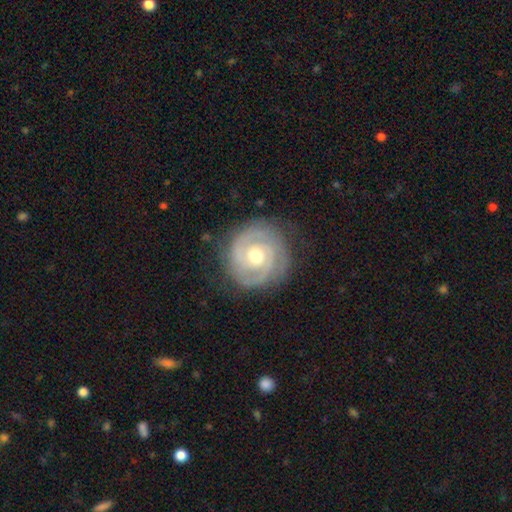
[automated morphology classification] type=featured or disk (88%); edge-on=no (98%); bar=no (68%); spiral arms=yes (97%); winding=tight (74%); arm count=2 (60%); bulge=moderate (75%); merging=none (84%).